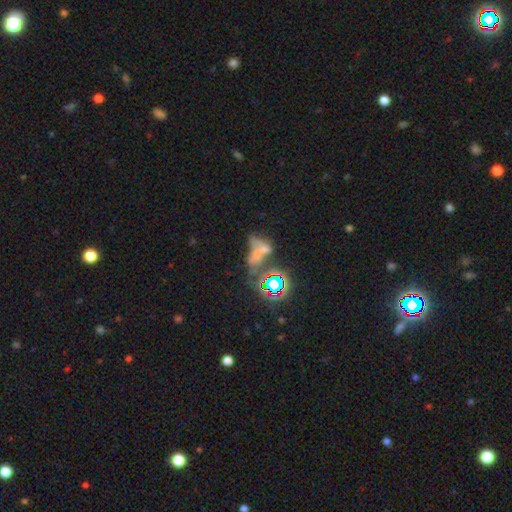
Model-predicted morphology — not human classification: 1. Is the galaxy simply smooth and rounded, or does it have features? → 42% star or artifact, 32% smooth, 25% featured or disk.